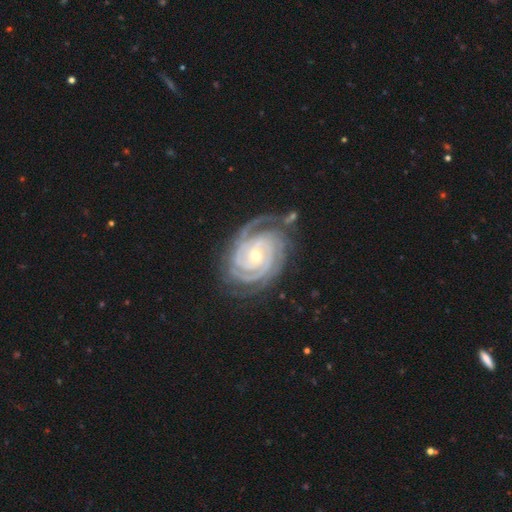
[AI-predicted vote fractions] Q: Smooth or featured?
A: featured or disk (92%); runner-up: star or artifact (5%)
Q: Edge-on disk?
A: no (97%); runner-up: yes (3%)
Q: Bar?
A: no (63%); runner-up: weak (24%)
Q: Spiral arms?
A: yes (99%); runner-up: no (1%)
Q: Spiral winding?
A: tight (82%); runner-up: medium (15%)
Q: Spiral arm count?
A: 3 (31%); runner-up: 4 (25%)
Q: Bulge size?
A: small (60%); runner-up: moderate (37%)
Q: Merging?
A: none (71%); runner-up: minor disturbance (19%)